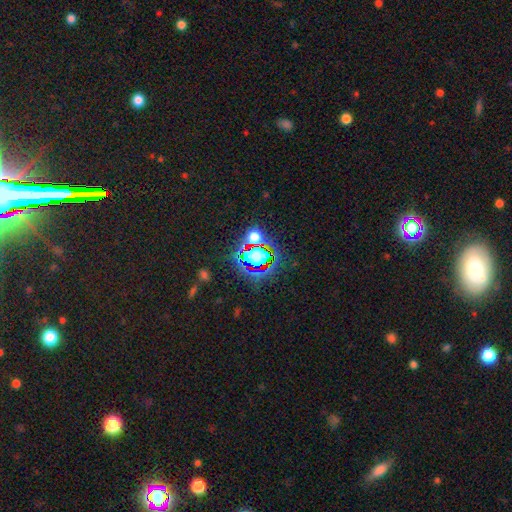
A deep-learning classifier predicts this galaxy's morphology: smooth-or-featured: star or artifact: 64% | smooth: 24% | featured or disk: 12%